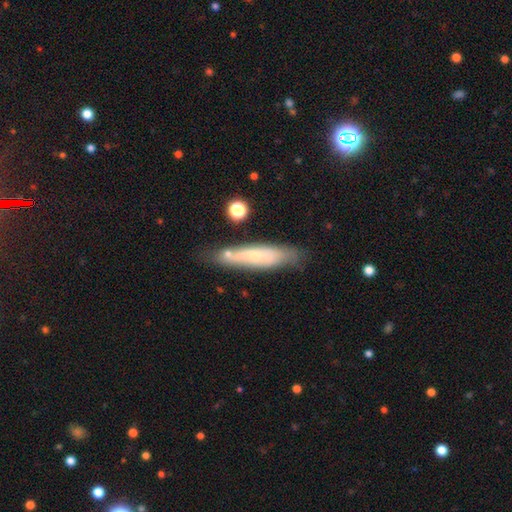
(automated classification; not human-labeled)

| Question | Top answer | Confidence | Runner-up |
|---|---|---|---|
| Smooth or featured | smooth | 53% | featured or disk (39%) |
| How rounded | cigar-shaped | 78% | in between (20%) |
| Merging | none | 68% | minor disturbance (20%) |